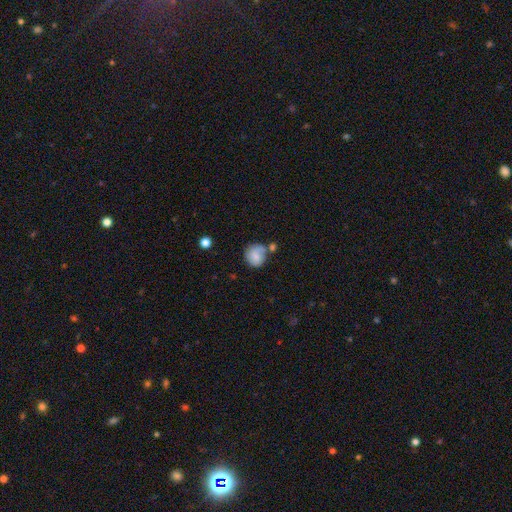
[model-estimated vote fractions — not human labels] Morphology: type=smooth (74%); roundness=round (83%); merging=none (53%).